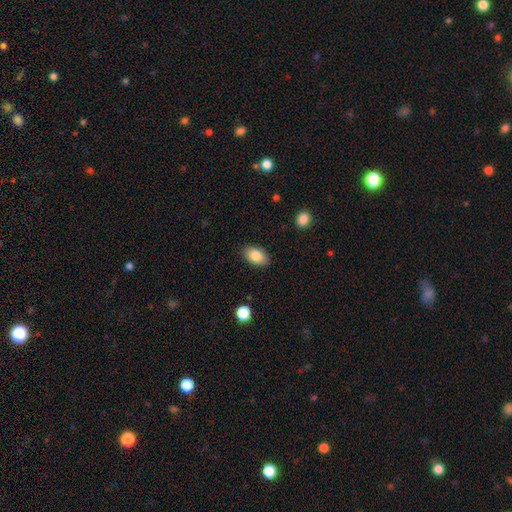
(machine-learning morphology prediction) type=smooth (84%); roundness=in between (90%); merging=none (87%).